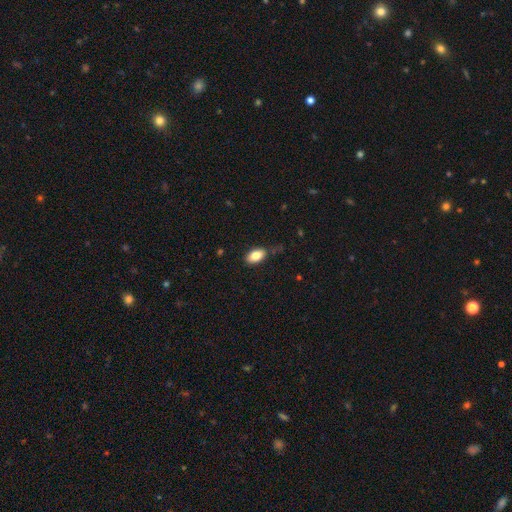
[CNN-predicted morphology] This appears to be a smooth galaxy with no disk features (81%) that is in between round and cigar-shaped (91%). Merging: none (76%).